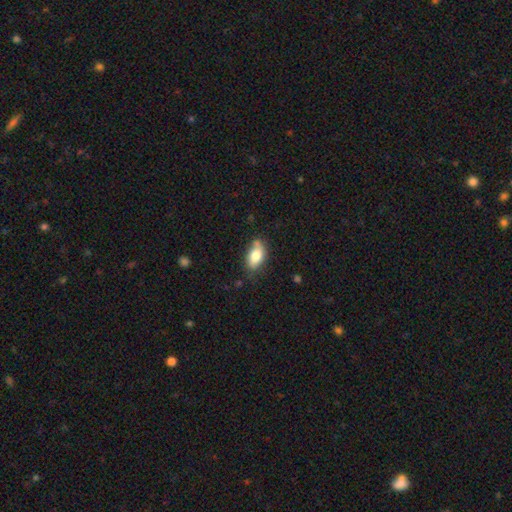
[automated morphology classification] The model was most divided on "merging": none: 64%, minor disturbance: 25%, major disturbance: 5%, merger: 5%. More confident: how rounded — in between (90%); smooth or featured — smooth (79%).